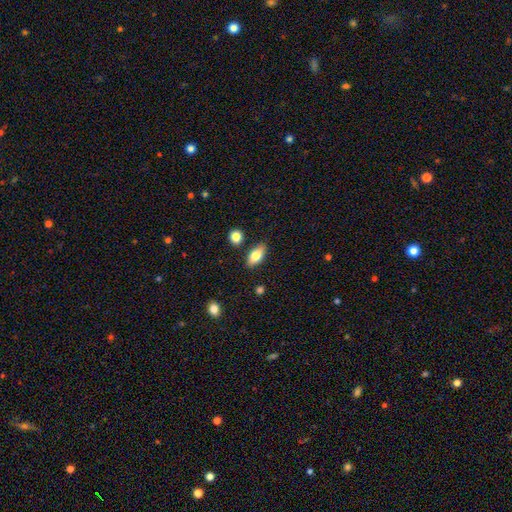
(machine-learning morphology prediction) Smooth or featured? smooth (79%)
How rounded? in between (88%)
Merging? none (82%)